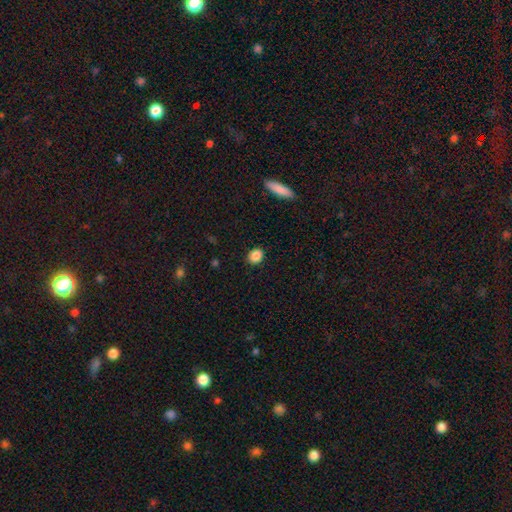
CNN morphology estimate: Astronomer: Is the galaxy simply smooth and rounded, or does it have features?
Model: smooth — 86%.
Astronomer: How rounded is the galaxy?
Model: round — 59% (runner-up: in between, 40%).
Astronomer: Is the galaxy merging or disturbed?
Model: none — 89%.